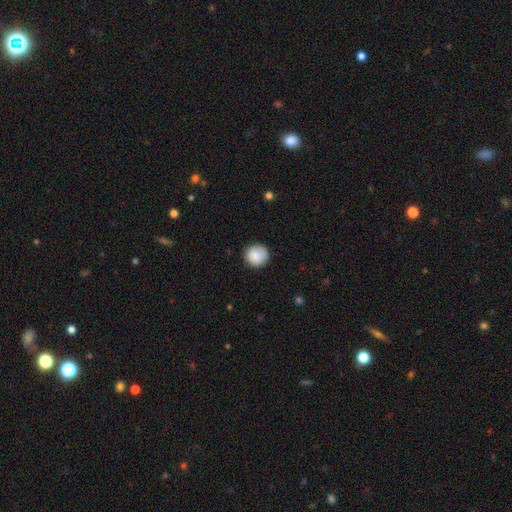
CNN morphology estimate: Smooth or featured: smooth — 87% (star or artifact — 7%)
How rounded: round — 93% (in between — 6%)
Merging: none — 84% (minor disturbance — 12%)